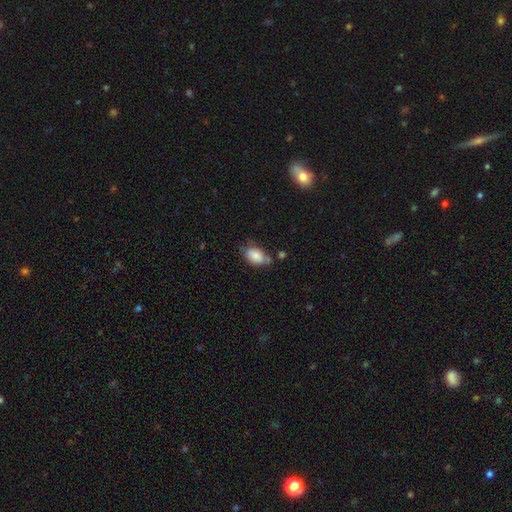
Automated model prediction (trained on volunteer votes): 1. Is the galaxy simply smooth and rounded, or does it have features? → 83% smooth, 10% featured or disk, 8% star or artifact.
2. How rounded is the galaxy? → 88% in between, 10% round, 2% cigar-shaped.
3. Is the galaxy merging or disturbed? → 50% none, 30% minor disturbance, 11% merger, 8% major disturbance.